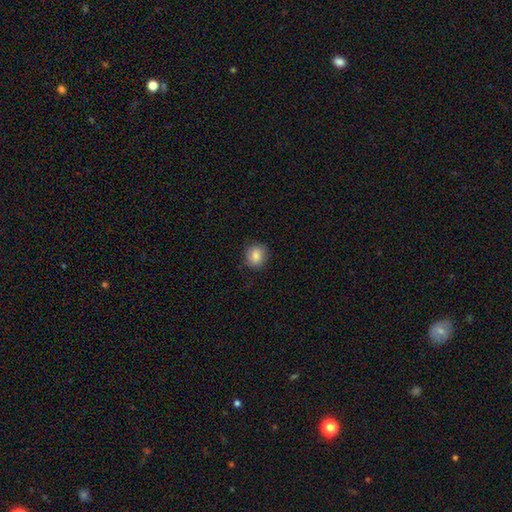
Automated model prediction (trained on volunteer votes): smooth_or_featured: smooth (p=0.84) [alt: star or artifact p=0.09]
how_rounded: round (p=0.79) [alt: in between p=0.20]
merging: none (p=0.84) [alt: minor disturbance p=0.12]